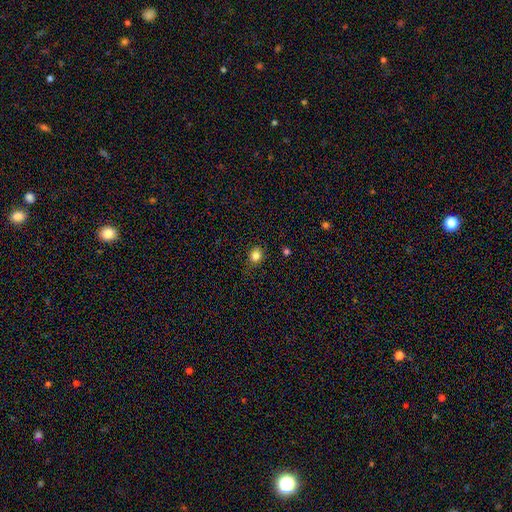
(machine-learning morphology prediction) Smooth or featured?
  - smooth: 82% *
  - star or artifact: 12%
  - featured or disk: 6%
How rounded?
  - round: 57% *
  - in between: 42%
  - cigar-shaped: 1%
Merging?
  - none: 78% *
  - minor disturbance: 17%
  - major disturbance: 4%
  - merger: 1%